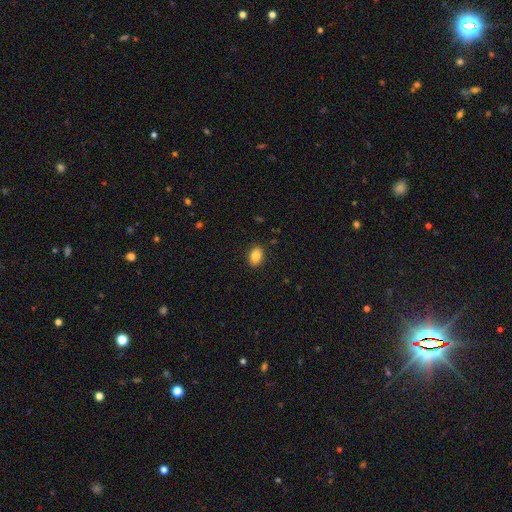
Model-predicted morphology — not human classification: A smooth galaxy with no disk features (85%) that is in between round and cigar-shaped (79%).

Vote fractions:
- Smooth or featured? smooth: 85% / star or artifact: 8% / featured or disk: 6%
- How rounded? in between: 79% / round: 19% / cigar-shaped: 1%
- Merging? none: 89% / minor disturbance: 8% / major disturbance: 2% / merger: 1%